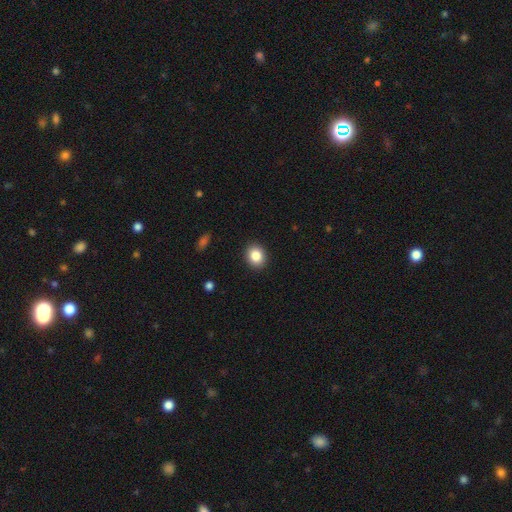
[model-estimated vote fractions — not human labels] This appears to be a smooth galaxy with no disk features (85%) that is round (59%). Merging: none (91%).